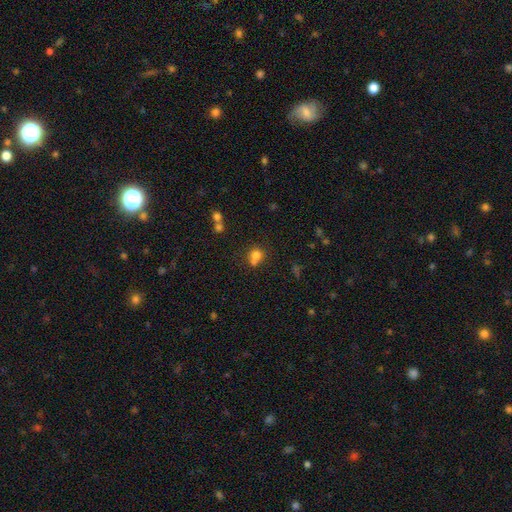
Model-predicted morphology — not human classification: Smooth or featured? smooth (75%)
How rounded? round (73%)
Merging? merger (43%)